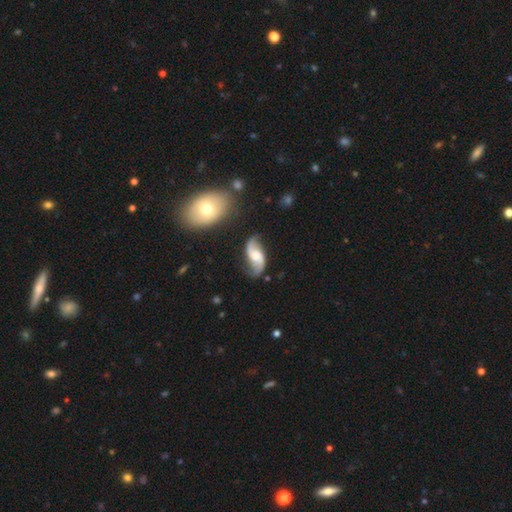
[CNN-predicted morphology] The model was most divided on "bar": no: 49%, weak: 40%, strong: 11%. Remaining: edge-on disk — no (96%); spiral arms — yes (96%); spiral arm count — 2 (93%); smooth or featured — featured or disk (84%); spiral winding — loose (76%); merging — none (73%); bulge size — moderate (46%).